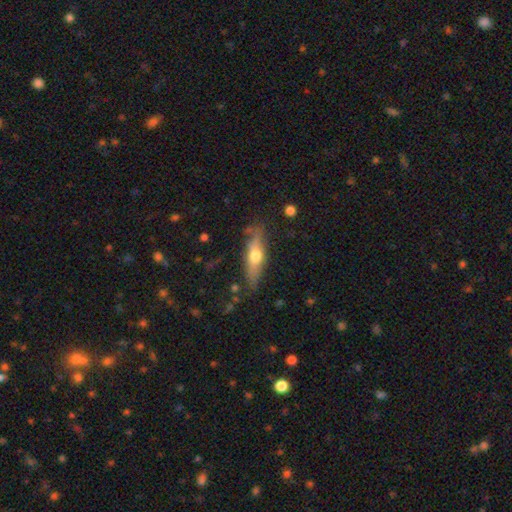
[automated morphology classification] This appears to be a smooth galaxy with no disk features (48%). Merging: none (77%).